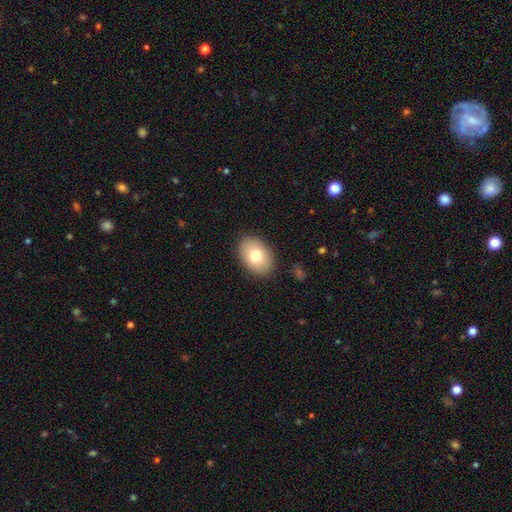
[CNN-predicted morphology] smooth-or-featured: smooth: 77% | featured or disk: 16% | star or artifact: 8%
  how-rounded: in between: 82% | round: 17% | cigar-shaped: 1%
  merging: none: 88% | minor disturbance: 9% | major disturbance: 2% | merger: 1%